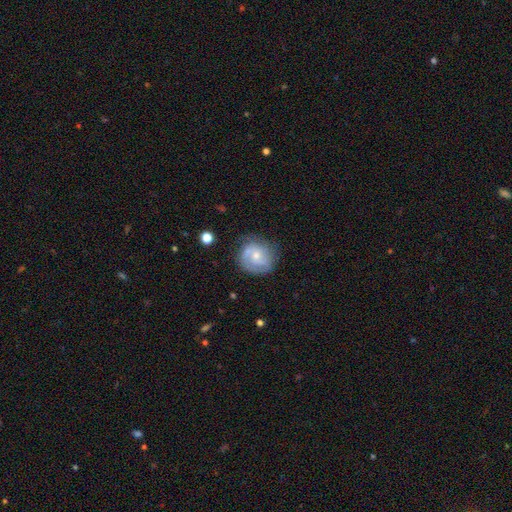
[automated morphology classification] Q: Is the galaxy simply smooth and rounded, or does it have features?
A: featured or disk — 56%.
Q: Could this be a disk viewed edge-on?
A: no — 98%.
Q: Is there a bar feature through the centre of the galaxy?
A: no — 71%.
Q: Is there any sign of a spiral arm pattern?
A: yes — 78%.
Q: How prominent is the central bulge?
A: small — 56%.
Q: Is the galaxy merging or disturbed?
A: none — 64%.